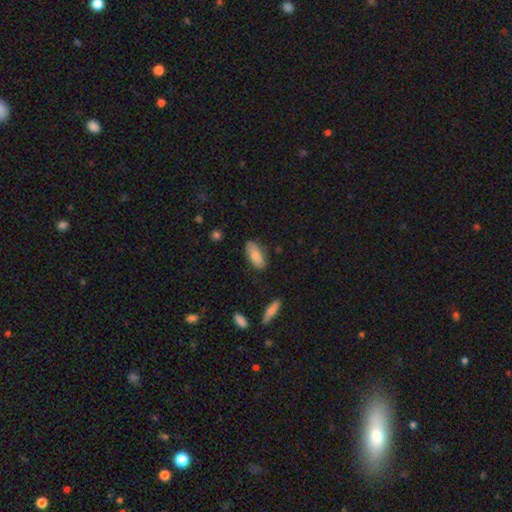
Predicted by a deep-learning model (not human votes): Smooth or featured: smooth — 82% (featured or disk — 12%)
How rounded: in between — 87% (cigar-shaped — 11%)
Merging: none — 78% (minor disturbance — 17%)